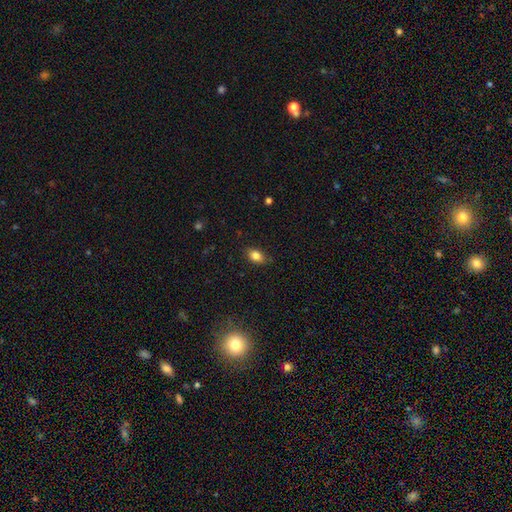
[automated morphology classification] Q: Smooth or featured?
A: smooth (83%); runner-up: star or artifact (9%)
Q: How rounded?
A: in between (82%); runner-up: round (15%)
Q: Merging?
A: none (83%); runner-up: minor disturbance (14%)